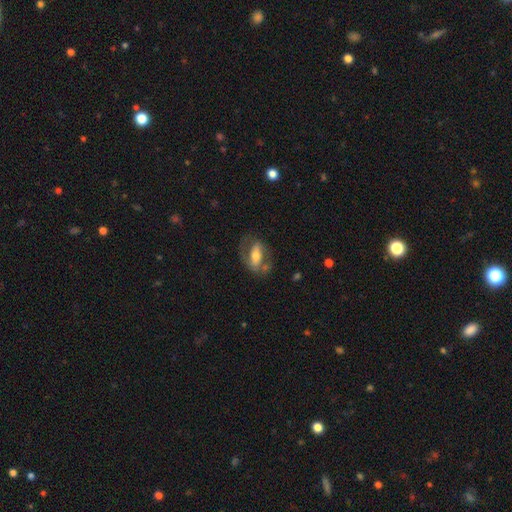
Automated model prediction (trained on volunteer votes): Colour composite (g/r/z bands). It shows a featured or disk galaxy (59%) with a strong bar (47%), spiral arms (68%) and a moderate central bulge (59%). Merging: none (58%).